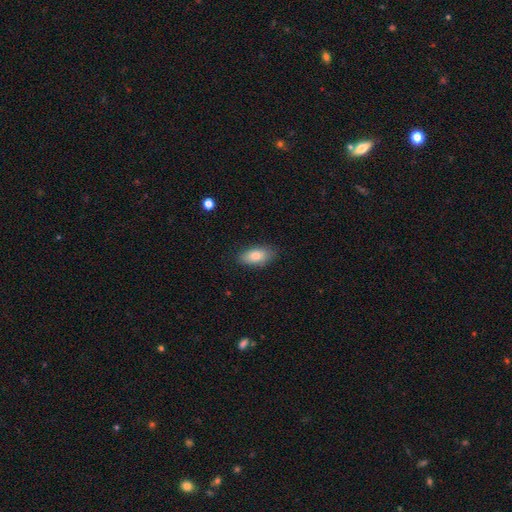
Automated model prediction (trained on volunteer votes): smooth_or_featured: smooth (p=0.81) [alt: featured or disk p=0.12]
how_rounded: in between (p=0.87) [alt: cigar-shaped p=0.09]
merging: none (p=0.82) [alt: minor disturbance p=0.14]